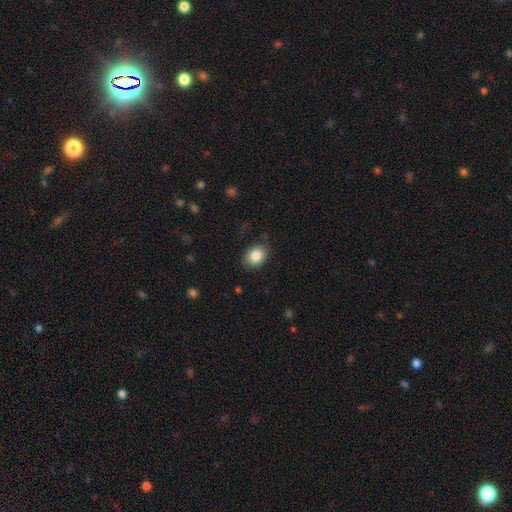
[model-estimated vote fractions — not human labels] smooth-or-featured: smooth: 85% | star or artifact: 8% | featured or disk: 7%
  how-rounded: in between: 55% | round: 44% | cigar-shaped: 1%
  merging: none: 82% | minor disturbance: 14% | major disturbance: 3% | merger: 1%